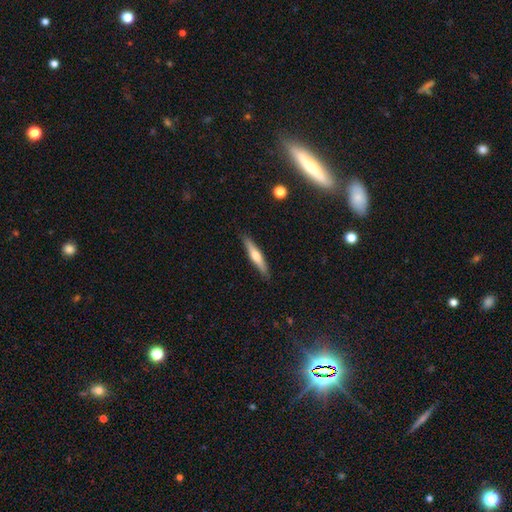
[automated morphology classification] smooth_or_featured: smooth (p=0.49) [alt: featured or disk p=0.46]
merging: none (p=0.90) [alt: minor disturbance p=0.08]